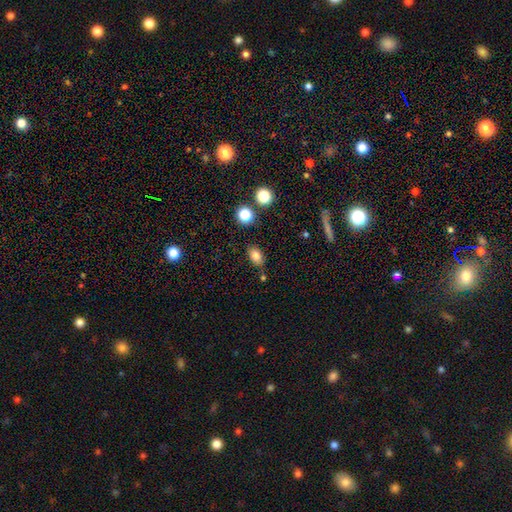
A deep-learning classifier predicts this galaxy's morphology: Overall: smooth (81%). How rounded: in between (80%). Merging: none (80%).